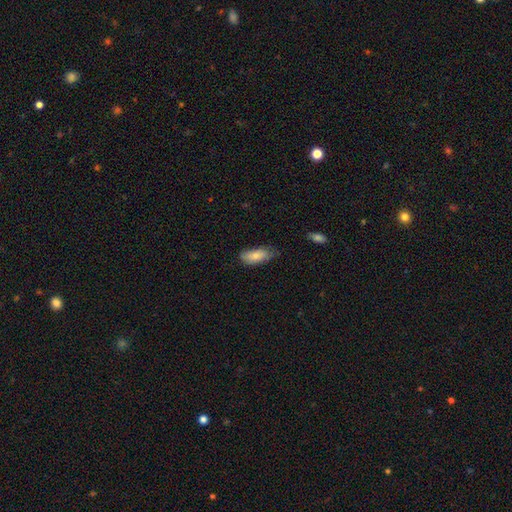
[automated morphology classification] Smooth or featured?
  - smooth: 80% *
  - featured or disk: 13%
  - star or artifact: 6%
How rounded?
  - in between: 86% *
  - cigar-shaped: 12%
  - round: 2%
Merging?
  - none: 59% *
  - minor disturbance: 33%
  - major disturbance: 6%
  - merger: 2%